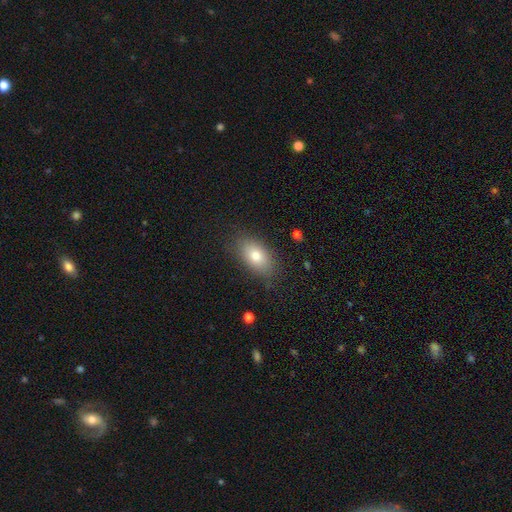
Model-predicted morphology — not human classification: Smooth or featured?
  - smooth: 77% *
  - featured or disk: 14%
  - star or artifact: 9%
How rounded?
  - in between: 88% *
  - round: 9%
  - cigar-shaped: 4%
Merging?
  - none: 82% *
  - minor disturbance: 13%
  - major disturbance: 4%
  - merger: 1%